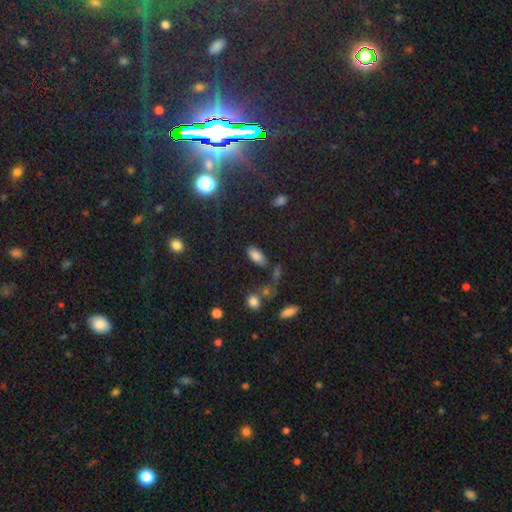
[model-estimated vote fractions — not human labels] A smooth galaxy with no disk features (80%) that is in between round and cigar-shaped (88%).

Vote fractions:
- Smooth or featured? smooth: 80% / star or artifact: 13% / featured or disk: 7%
- How rounded? in between: 88% / cigar-shaped: 8% / round: 4%
- Merging? none: 72% / minor disturbance: 16% / merger: 7% / major disturbance: 6%